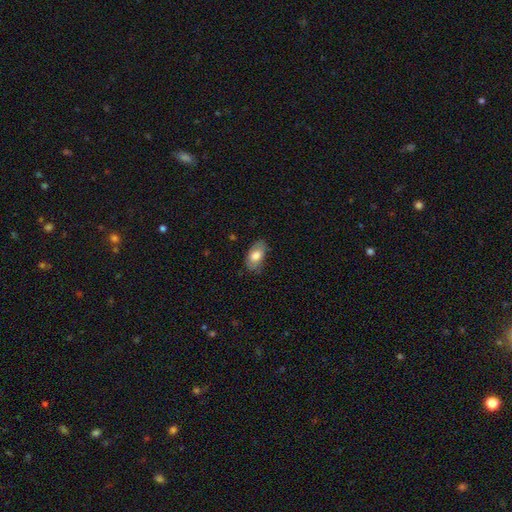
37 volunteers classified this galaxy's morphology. smooth 73%, featured or disk 27%, star or artifact 0%. Down the decision tree: how rounded — in between (93%); merging — none (65%).